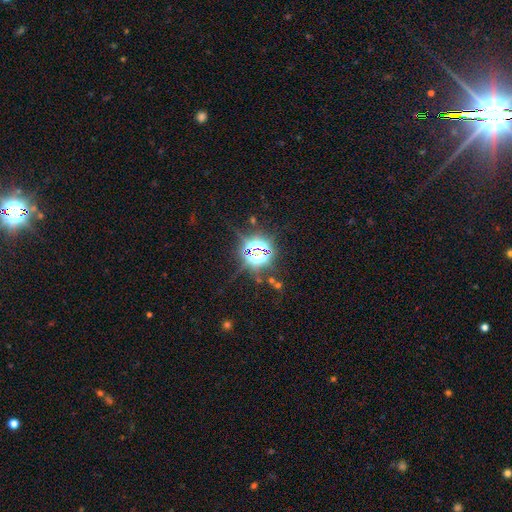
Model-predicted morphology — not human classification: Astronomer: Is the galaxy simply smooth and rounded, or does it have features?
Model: star or artifact — 81%.